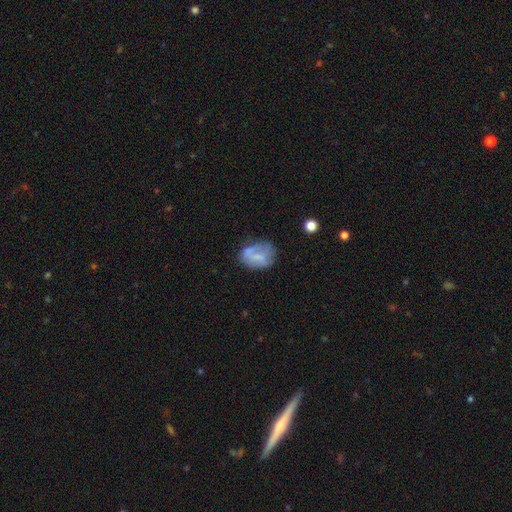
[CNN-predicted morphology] A smooth galaxy with no disk features (57%) that is in between round and cigar-shaped (71%). Merging: none (52%).